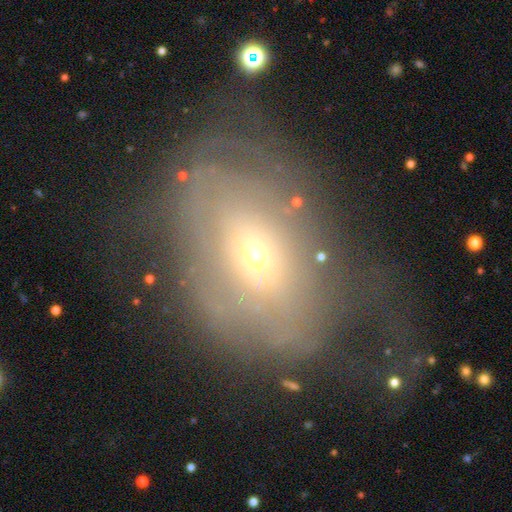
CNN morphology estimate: featured or disk 55%, smooth 34%, star or artifact 12%. Down the decision tree: edge-on disk — no (93%); bar — no (81%); spiral arms — no (53%); bulge size — small (67%); merging — none (41%).